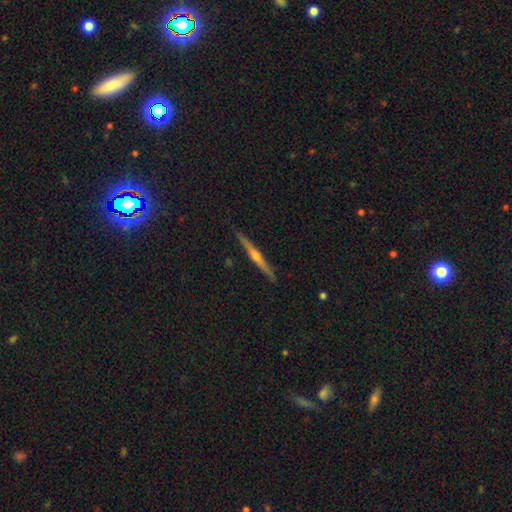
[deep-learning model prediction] smooth-or-featured: featured or disk: 77% | smooth: 17% | star or artifact: 7%
  disk-edge-on: yes: 98% | no: 2%
    edge-on-bulge: rounded: 85% | none: 10% | boxy: 4%
  merging: none: 91% | minor disturbance: 7% | major disturbance: 1% | merger: 1%